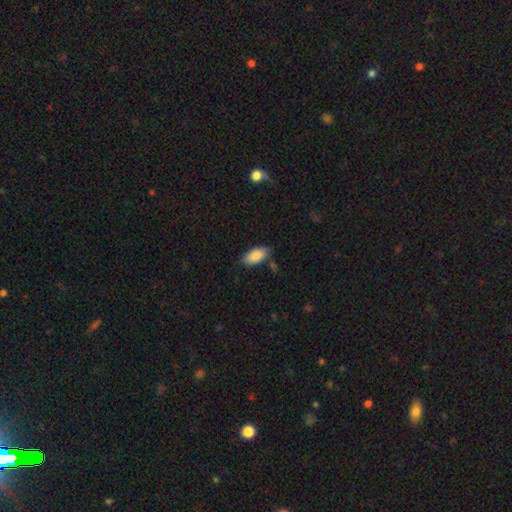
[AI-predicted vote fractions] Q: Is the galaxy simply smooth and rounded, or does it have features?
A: smooth — 87%.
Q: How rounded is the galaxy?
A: in between — 92%.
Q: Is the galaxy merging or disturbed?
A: none — 78%.